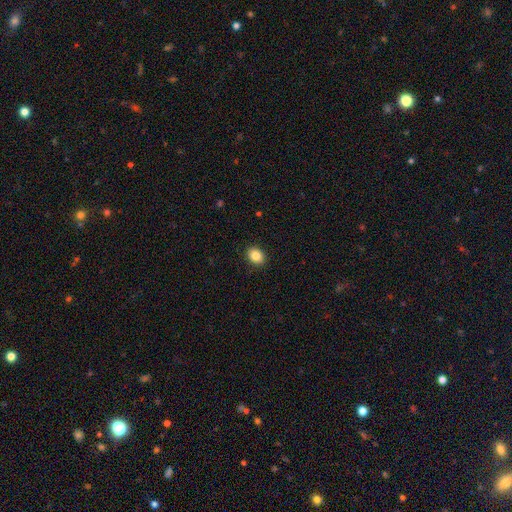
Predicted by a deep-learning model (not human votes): Smooth or featured? smooth (85%)
How rounded? in between (56%)
Merging? none (91%)